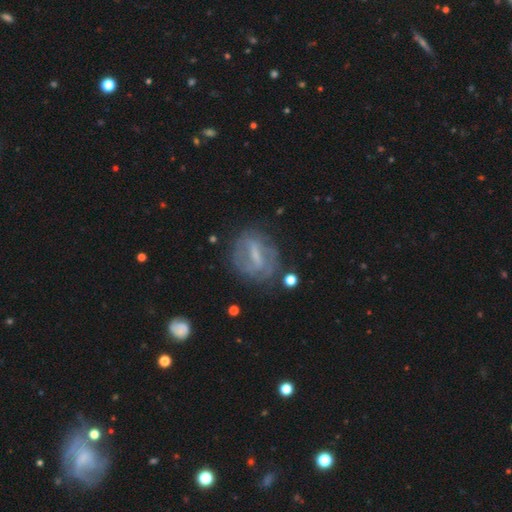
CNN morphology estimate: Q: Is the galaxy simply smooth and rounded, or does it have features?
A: featured or disk — 68%.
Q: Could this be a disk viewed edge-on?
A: no — 92%.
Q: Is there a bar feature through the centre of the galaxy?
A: strong — 47%.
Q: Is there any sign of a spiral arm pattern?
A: yes — 63%.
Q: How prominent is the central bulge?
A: small — 40%.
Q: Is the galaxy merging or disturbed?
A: none — 68%.